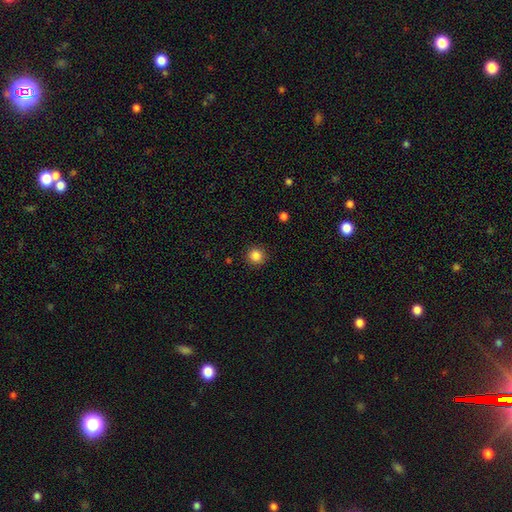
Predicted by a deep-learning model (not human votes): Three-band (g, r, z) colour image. It shows a smooth galaxy with no disk features (86%) that is round (94%). Merging: none (91%).